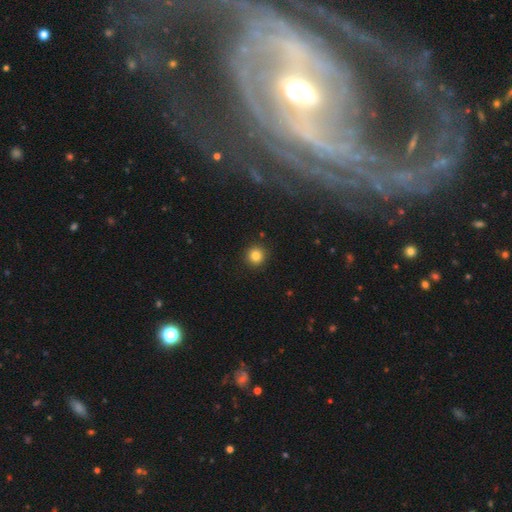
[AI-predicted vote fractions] Smooth or featured?
  - smooth: 84% *
  - star or artifact: 11%
  - featured or disk: 5%
How rounded?
  - round: 94% *
  - in between: 5%
  - cigar-shaped: 1%
Merging?
  - none: 92% *
  - minor disturbance: 5%
  - major disturbance: 2%
  - merger: 1%